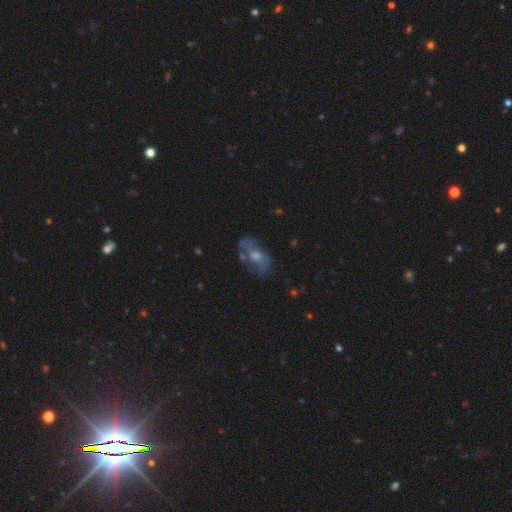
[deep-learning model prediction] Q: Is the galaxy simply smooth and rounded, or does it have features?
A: featured or disk — 54%.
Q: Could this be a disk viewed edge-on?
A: no — 91%.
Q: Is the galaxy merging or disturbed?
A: none — 60%.